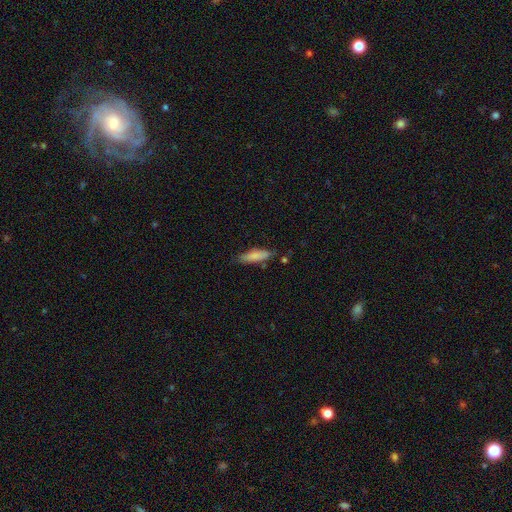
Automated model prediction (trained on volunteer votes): Smooth or featured: smooth — 81% (featured or disk — 13%)
How rounded: cigar-shaped — 67% (in between — 32%)
Merging: none — 75% (minor disturbance — 17%)